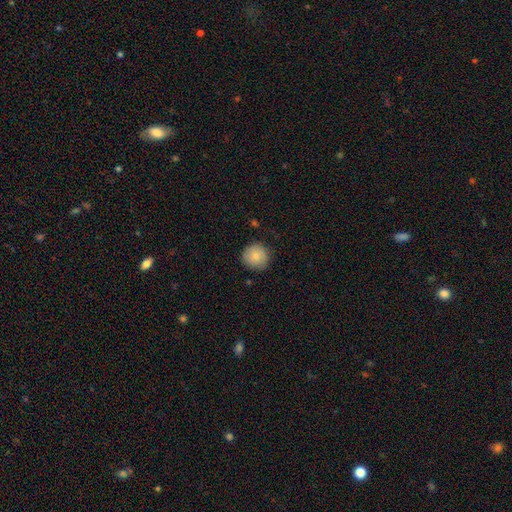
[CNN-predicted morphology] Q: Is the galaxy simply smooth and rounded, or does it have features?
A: smooth — 84%.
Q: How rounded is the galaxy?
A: round — 93%.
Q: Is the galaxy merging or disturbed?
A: none — 85%.